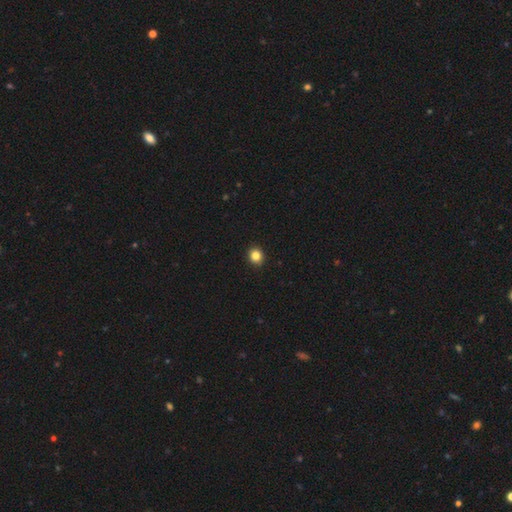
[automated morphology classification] A smooth galaxy with no disk features (84%) that is round (82%).

Vote fractions:
- Smooth or featured? smooth: 84% / star or artifact: 11% / featured or disk: 5%
- How rounded? round: 82% / in between: 17% / cigar-shaped: 1%
- Merging? none: 93% / minor disturbance: 5% / major disturbance: 1% / merger: 1%